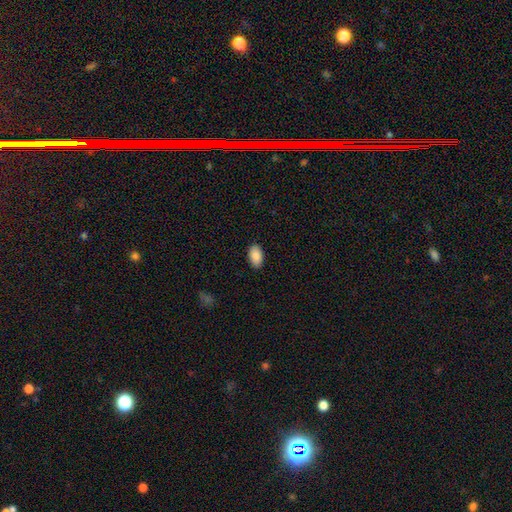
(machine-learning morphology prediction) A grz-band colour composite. It shows a smooth galaxy with no disk features (88%) that is in between round and cigar-shaped (94%). Merging: none (89%).